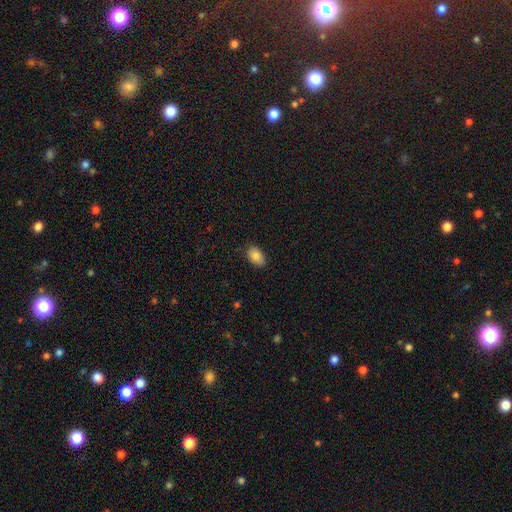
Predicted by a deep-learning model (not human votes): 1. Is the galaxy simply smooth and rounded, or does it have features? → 84% smooth, 8% featured or disk, 8% star or artifact.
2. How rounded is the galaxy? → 89% in between, 10% round, 1% cigar-shaped.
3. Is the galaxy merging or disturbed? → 85% none, 12% minor disturbance, 2% major disturbance, 1% merger.